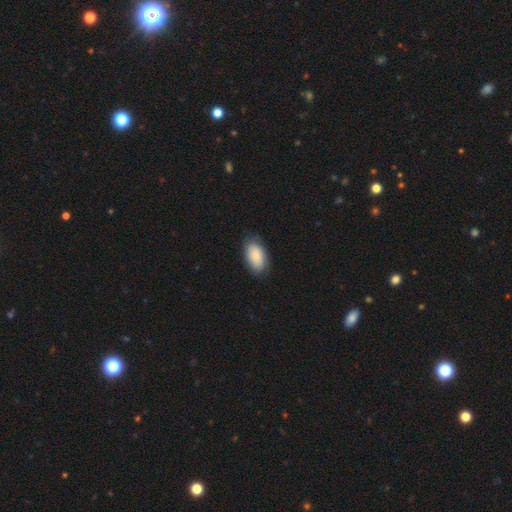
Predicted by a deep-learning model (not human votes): Smooth or featured?
  - smooth: 83% *
  - featured or disk: 11%
  - star or artifact: 6%
How rounded?
  - in between: 94% *
  - round: 4%
  - cigar-shaped: 2%
Merging?
  - none: 79% *
  - minor disturbance: 16%
  - major disturbance: 4%
  - merger: 1%